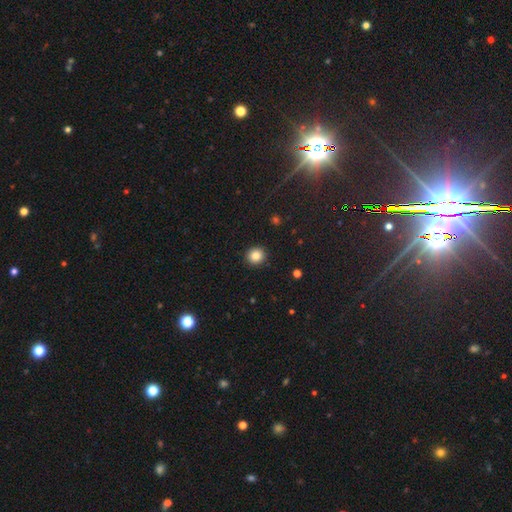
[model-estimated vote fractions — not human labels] Smooth or featured? Predicted: smooth (p=0.85). How rounded? Predicted: round (p=0.90). Merging? Predicted: none (p=0.92).